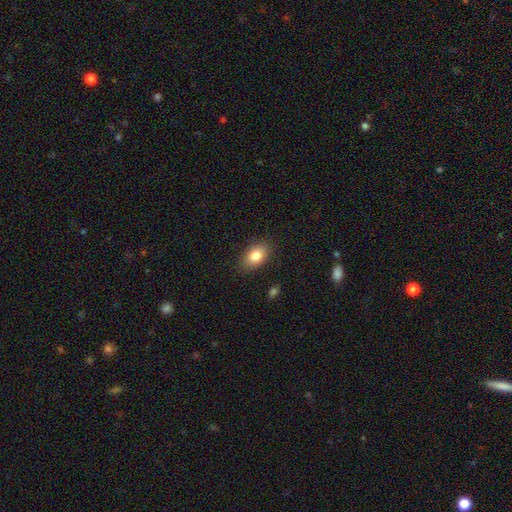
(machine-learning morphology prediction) Smooth or featured?
  - smooth: 82% *
  - featured or disk: 10%
  - star or artifact: 8%
How rounded?
  - in between: 85% *
  - round: 13%
  - cigar-shaped: 2%
Merging?
  - none: 85% *
  - minor disturbance: 11%
  - major disturbance: 3%
  - merger: 1%